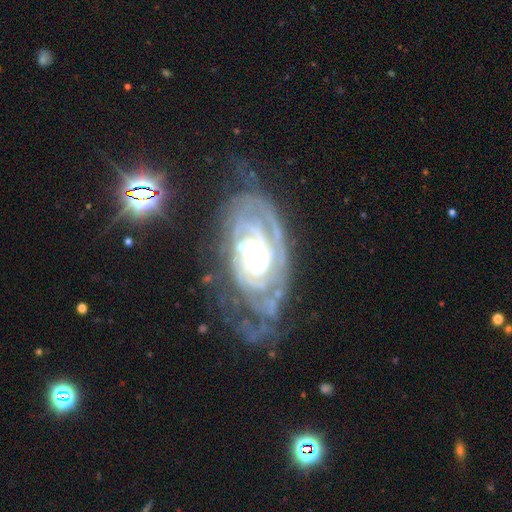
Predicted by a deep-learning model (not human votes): Smooth or featured? Predicted: featured or disk (p=0.89). Edge-on disk? Predicted: no (p=0.95). Bar? Predicted: no (p=0.69). Spiral arms? Predicted: yes (p=0.96). Spiral winding? Predicted: tight (p=0.76). Spiral arm count? Predicted: can't tell (p=0.36). Bulge size? Predicted: moderate (p=0.59). Merging? Predicted: none (p=0.55).